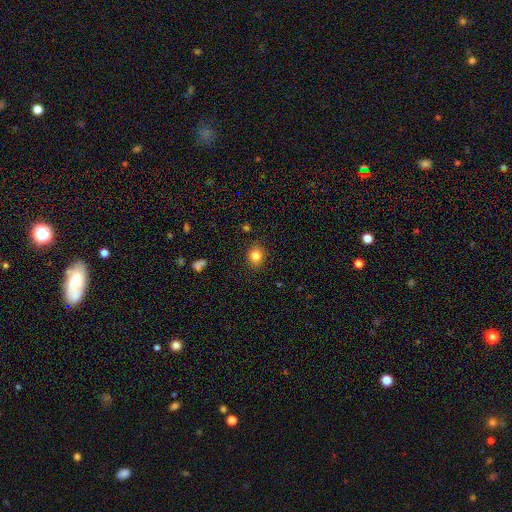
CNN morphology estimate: The model was most divided on "how rounded": round: 64%, in between: 35%, cigar-shaped: 1%. More confident: merging — none (87%); smooth or featured — smooth (82%).